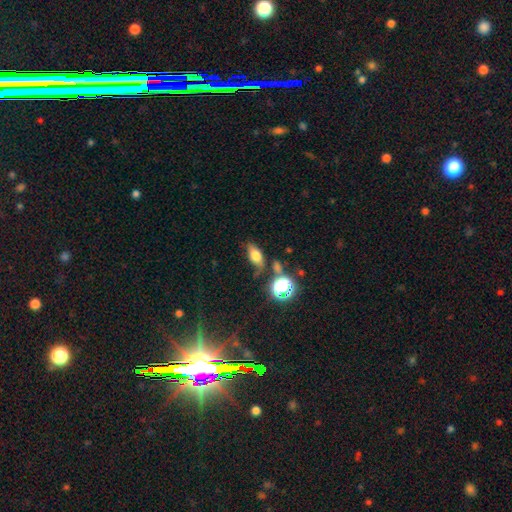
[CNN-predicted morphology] Smooth or featured? smooth (65%)
How rounded? in between (77%)
Merging? none (57%)